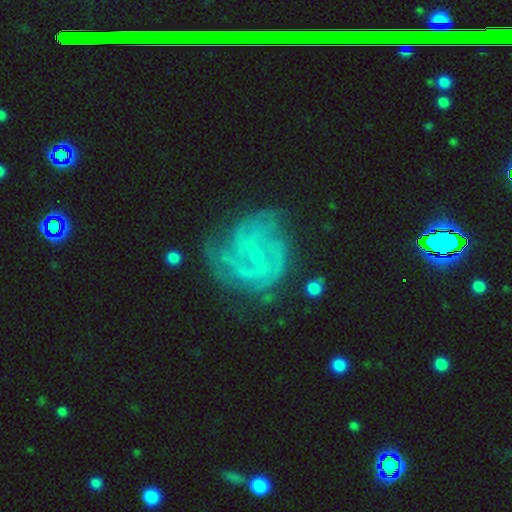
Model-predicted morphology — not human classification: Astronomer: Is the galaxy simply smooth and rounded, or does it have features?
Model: featured or disk — 80%.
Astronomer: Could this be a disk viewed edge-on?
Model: no — 98%.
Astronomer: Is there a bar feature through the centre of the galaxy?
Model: weak — 49% (runner-up: no, 39%).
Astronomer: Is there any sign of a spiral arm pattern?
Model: yes — 87%.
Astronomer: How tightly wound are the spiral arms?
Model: tight — 50% (runner-up: medium, 37%).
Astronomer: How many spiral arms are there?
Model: can't tell — 38% (runner-up: 3, 20%).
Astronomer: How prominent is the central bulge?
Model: small — 77%.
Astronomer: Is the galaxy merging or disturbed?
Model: none — 57%.